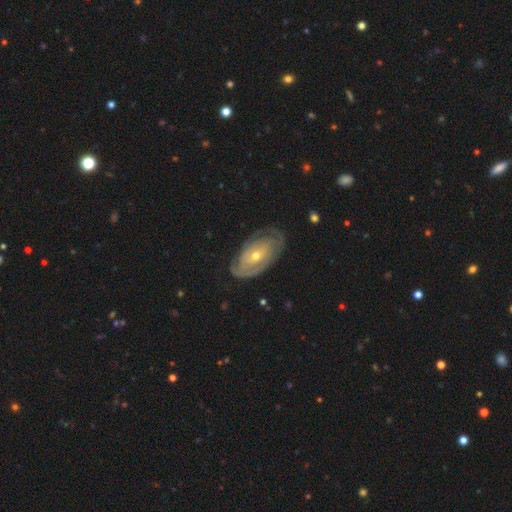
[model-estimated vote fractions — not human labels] This appears to be a featured or disk galaxy (78%) with no bar (63%), tight (70%) spiral arms (82%) and a small central bulge (52%). Merging: none (68%).